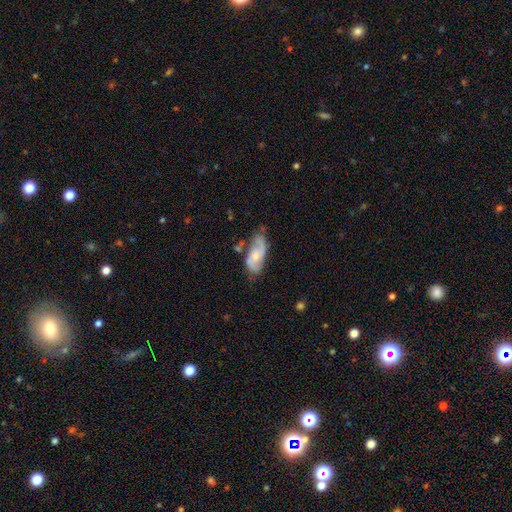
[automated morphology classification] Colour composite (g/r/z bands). It shows a featured or disk galaxy (62%) with no bar (64%), 2 (80%) medium (44%) spiral arms (87%) and a small central bulge (49%). Merging: none (56%).